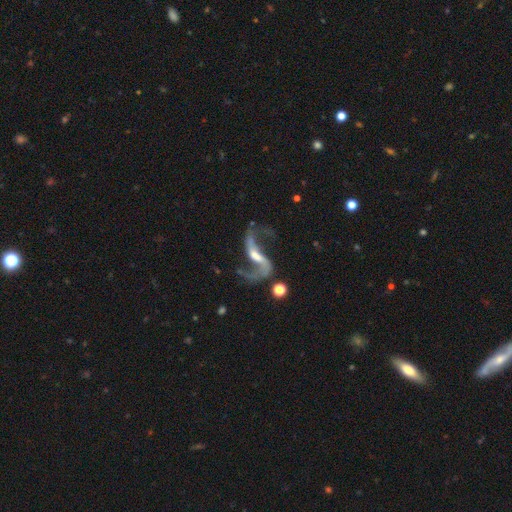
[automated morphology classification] smooth_or_featured: featured or disk (p=0.90) [alt: star or artifact p=0.06]
disk_edge_on: no (p=0.95) [alt: yes p=0.05]
bar: strong (p=0.42) [alt: weak p=0.37]
has_spiral_arms: yes (p=0.96) [alt: no p=0.04]
spiral_winding: loose (p=0.81) [alt: medium p=0.15]
spiral_arm_count: 2 (p=0.92) [alt: 1 p=0.03]
bulge_size: moderate (p=0.43) [alt: small p=0.42]
merging: none (p=0.62) [alt: major disturbance p=0.16]